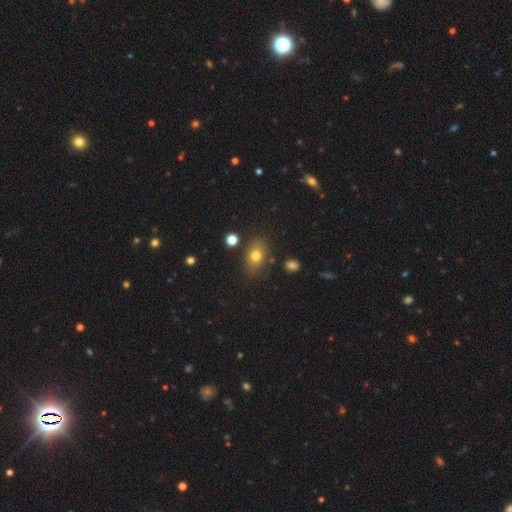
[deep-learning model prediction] Smooth or featured?
  - smooth: 76% *
  - featured or disk: 13%
  - star or artifact: 11%
How rounded?
  - in between: 76% *
  - round: 22%
  - cigar-shaped: 2%
Merging?
  - none: 78% *
  - minor disturbance: 13%
  - merger: 4%
  - major disturbance: 4%